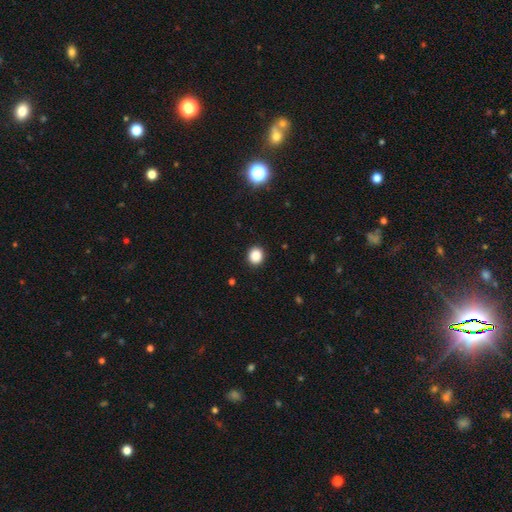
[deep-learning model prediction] The model was most divided on "how rounded": round: 80%, in between: 19%, cigar-shaped: 1%. More confident: merging — none (91%); smooth or featured — smooth (87%).